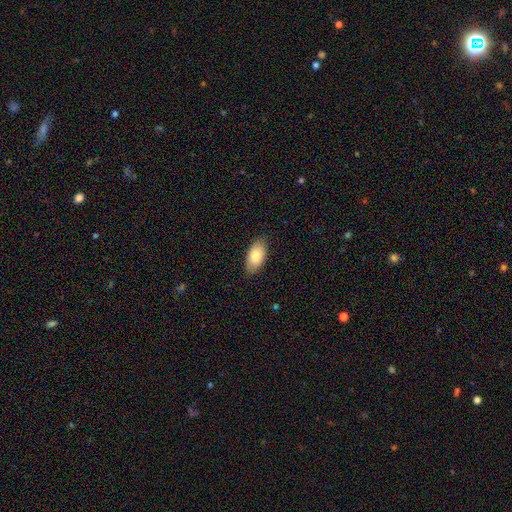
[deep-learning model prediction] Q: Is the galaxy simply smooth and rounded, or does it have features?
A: smooth — 83%.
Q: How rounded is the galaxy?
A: in between — 94%.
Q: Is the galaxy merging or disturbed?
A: none — 84%.